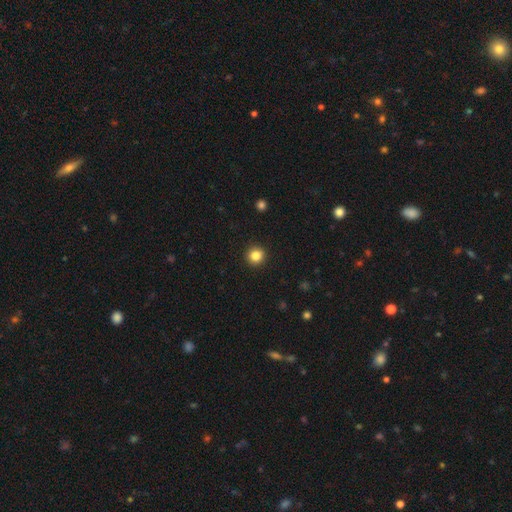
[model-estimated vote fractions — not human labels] Smooth or featured? Predicted: smooth (p=0.84). How rounded? Predicted: round (p=0.93). Merging? Predicted: none (p=0.93).